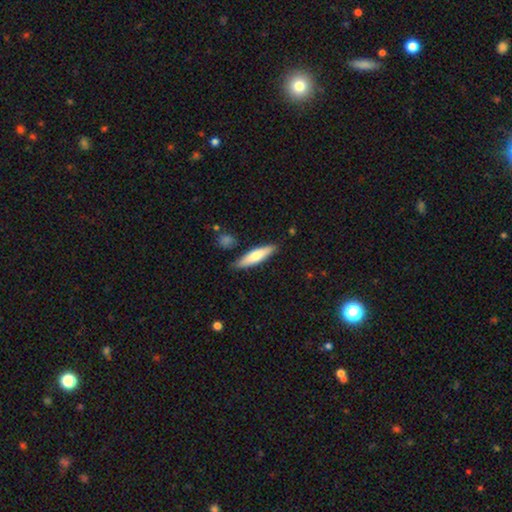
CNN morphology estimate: A smooth galaxy with no disk features (65%) that is cigar-shaped (73%). Merging: none (84%).